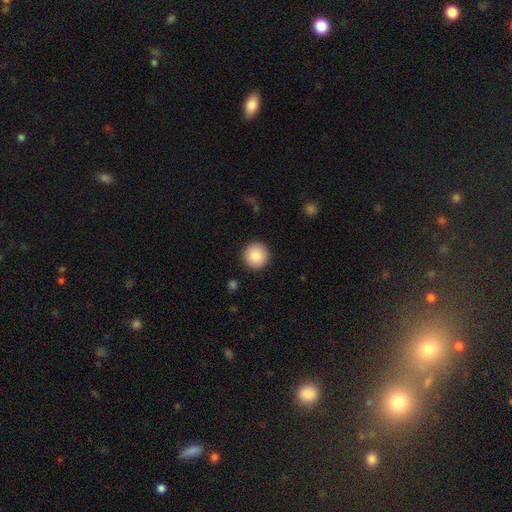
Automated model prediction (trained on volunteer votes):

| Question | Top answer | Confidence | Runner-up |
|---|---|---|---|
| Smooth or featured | smooth | 87% | star or artifact (7%) |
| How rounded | round | 96% | in between (4%) |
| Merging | none | 92% | minor disturbance (5%) |